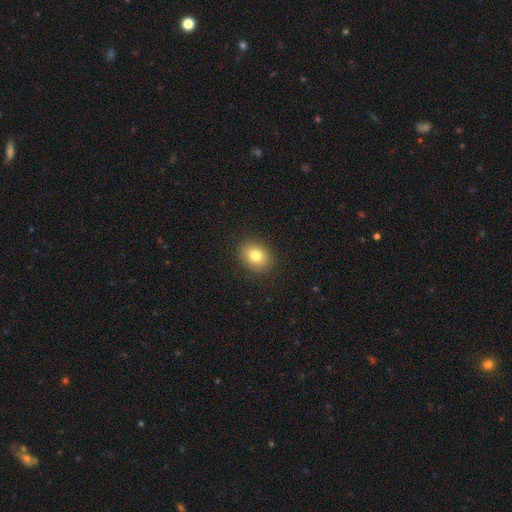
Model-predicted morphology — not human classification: type=smooth (80%); roundness=in between (54%); merging=none (89%).